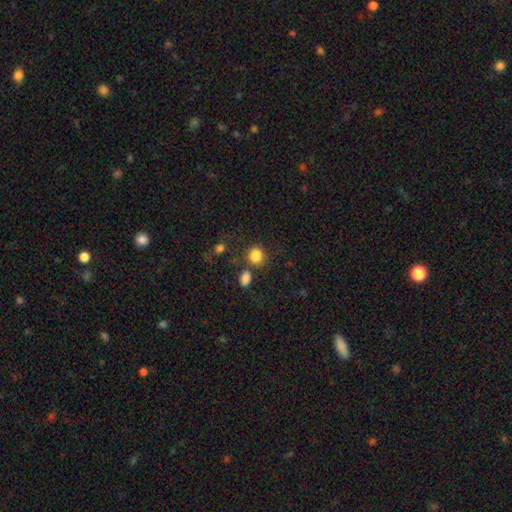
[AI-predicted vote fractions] A smooth galaxy with no disk features (84%) that is round (64%).

Vote fractions:
- Smooth or featured? smooth: 84% / star or artifact: 11% / featured or disk: 5%
- How rounded? round: 64% / in between: 35% / cigar-shaped: 1%
- Merging? none: 63% / merger: 17% / minor disturbance: 13% / major disturbance: 6%